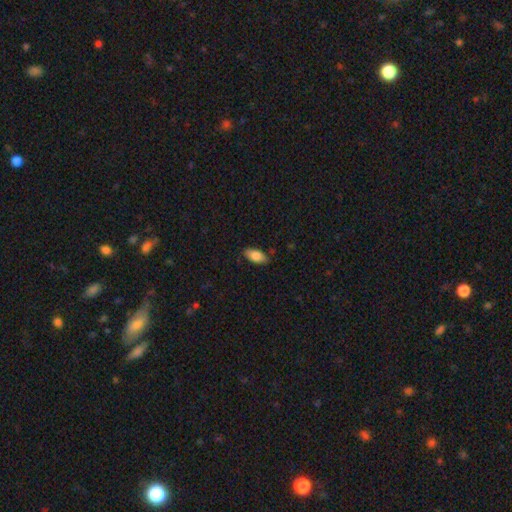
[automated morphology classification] smooth-or-featured: smooth: 84% | featured or disk: 10% | star or artifact: 7%
  how-rounded: in between: 90% | cigar-shaped: 7% | round: 2%
  merging: none: 84% | minor disturbance: 13% | major disturbance: 2% | merger: 1%